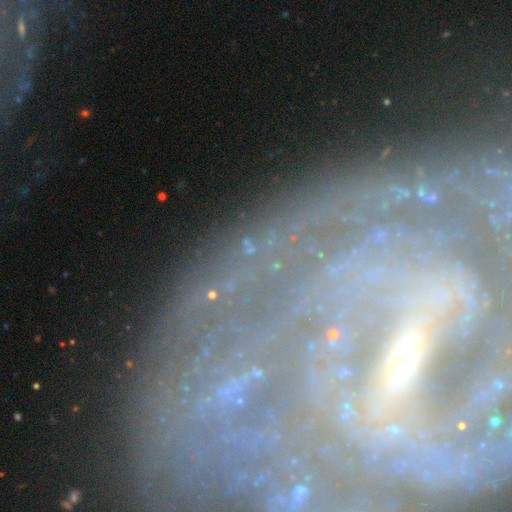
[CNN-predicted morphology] smooth_or_featured: featured or disk (p=0.77) [alt: star or artifact p=0.13]
disk_edge_on: no (p=0.90) [alt: yes p=0.10]
bar: strong (p=0.47) [alt: weak p=0.29]
has_spiral_arms: yes (p=0.82) [alt: no p=0.18]
spiral_winding: tight (p=0.73) [alt: medium p=0.19]
spiral_arm_count: can't tell (p=0.37) [alt: 2 p=0.18]
bulge_size: small (p=0.45) [alt: moderate p=0.40]
merging: none (p=0.71) [alt: minor disturbance p=0.15]